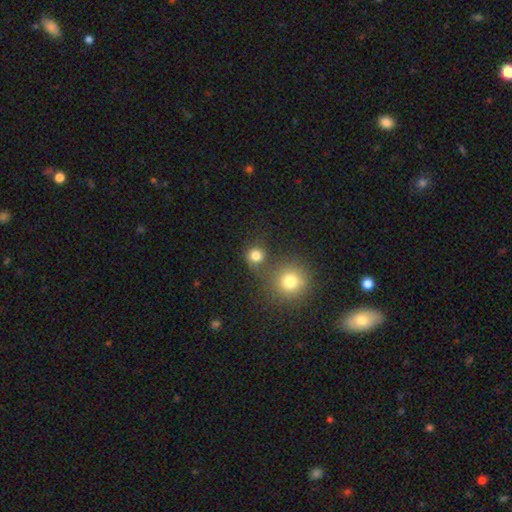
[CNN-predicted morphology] Smooth or featured? smooth (81%)
How rounded? round (89%)
Merging? none (61%)